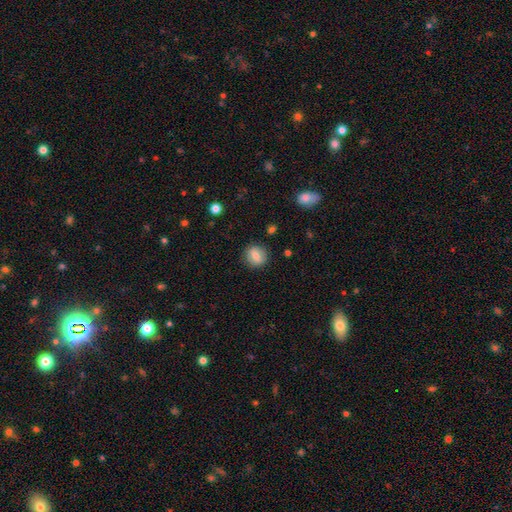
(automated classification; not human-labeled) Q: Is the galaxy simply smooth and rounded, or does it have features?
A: smooth — 75%.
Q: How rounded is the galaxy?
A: round — 84%.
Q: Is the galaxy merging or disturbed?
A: none — 88%.